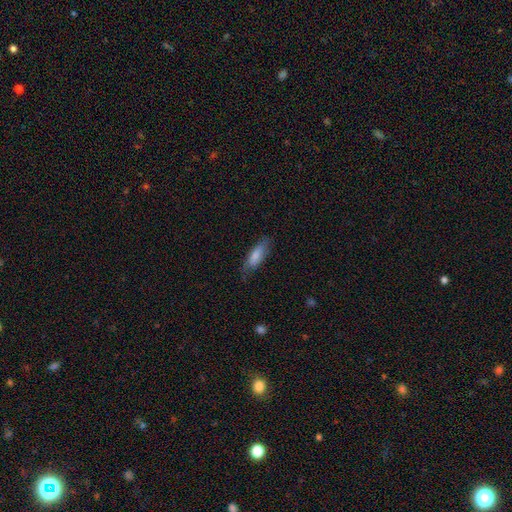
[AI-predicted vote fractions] This is likely a smooth galaxy (78%). How rounded: possibly in between (58%). Merging: likely none (72%).